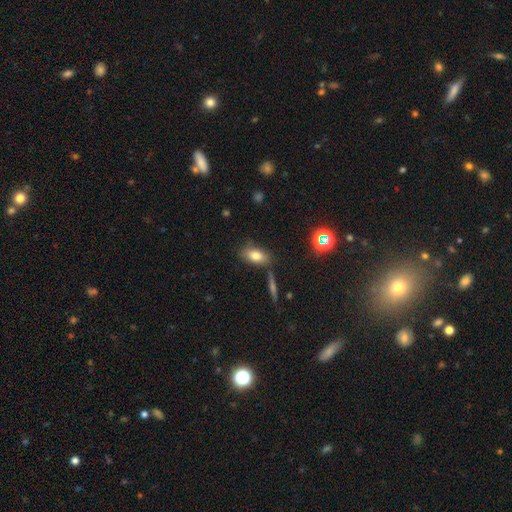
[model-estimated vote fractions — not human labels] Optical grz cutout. It shows a smooth galaxy with no disk features (76%) that is in between round and cigar-shaped (85%). Merging: none (75%).